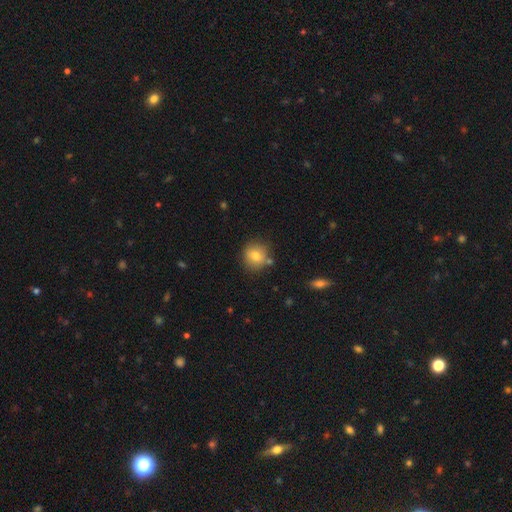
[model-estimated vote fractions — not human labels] This appears to be a smooth galaxy with no disk features (77%) that is round (87%). Merging: none (77%).